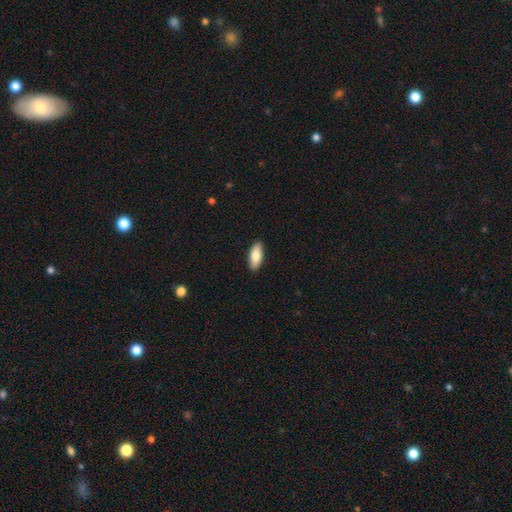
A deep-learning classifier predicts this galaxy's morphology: Smooth or featured: smooth — 82% (featured or disk — 13%)
How rounded: in between — 81% (cigar-shaped — 17%)
Merging: none — 91% (minor disturbance — 7%)